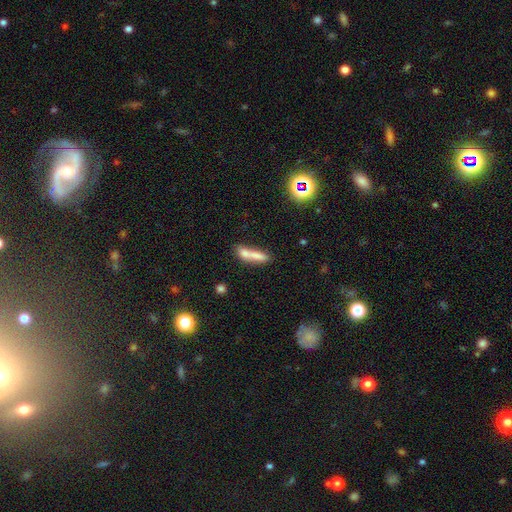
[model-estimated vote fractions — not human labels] This is likely a smooth galaxy (71%). How rounded: likely cigar-shaped (73%). Merging: marginally none (43%).